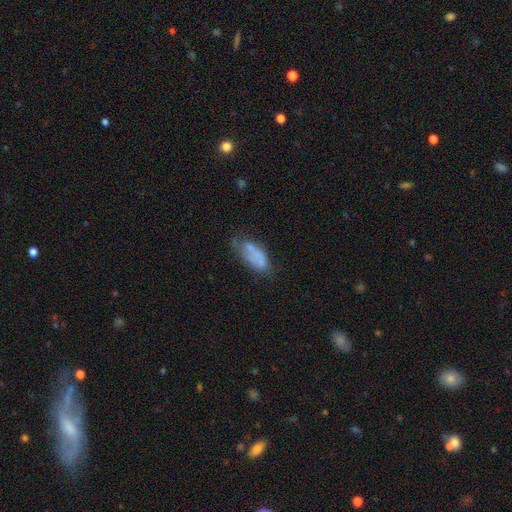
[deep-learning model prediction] smooth-or-featured: smooth: 61% | featured or disk: 29% | star or artifact: 10%
  how-rounded: in between: 85% | cigar-shaped: 12% | round: 3%
  merging: none: 40% | minor disturbance: 30% | major disturbance: 19% | merger: 11%